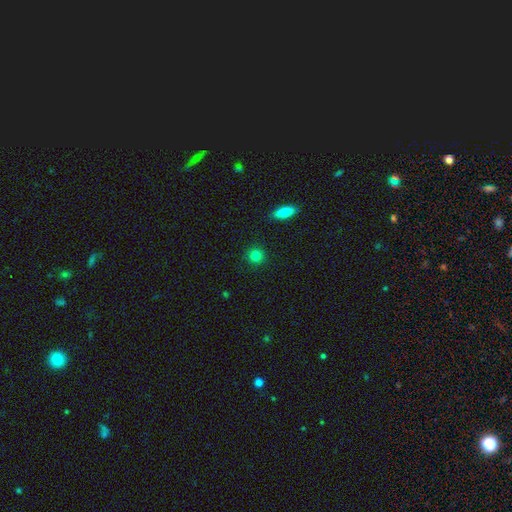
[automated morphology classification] smooth_or_featured: smooth (p=0.83) [alt: star or artifact p=0.11]
how_rounded: round (p=0.92) [alt: in between p=0.07]
merging: none (p=0.91) [alt: minor disturbance p=0.06]